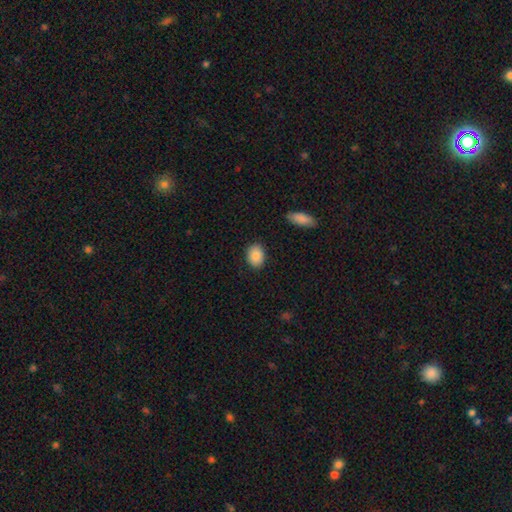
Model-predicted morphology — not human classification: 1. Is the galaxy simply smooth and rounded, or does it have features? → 88% smooth, 7% star or artifact, 5% featured or disk.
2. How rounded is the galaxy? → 71% in between, 28% round, 1% cigar-shaped.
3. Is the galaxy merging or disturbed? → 88% none, 8% minor disturbance, 2% major disturbance, 1% merger.